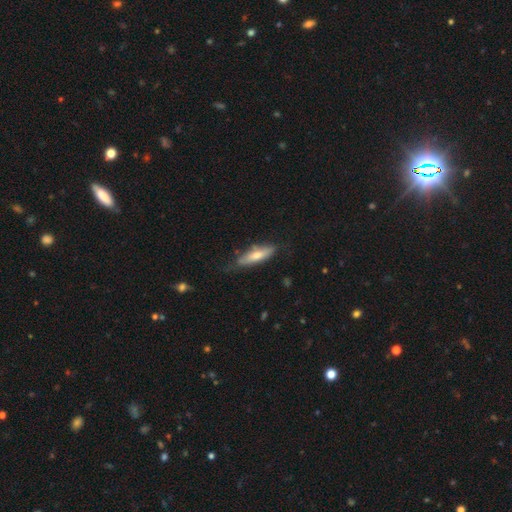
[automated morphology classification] type=smooth (56%); roundness=cigar-shaped (68%); merging=none (67%).